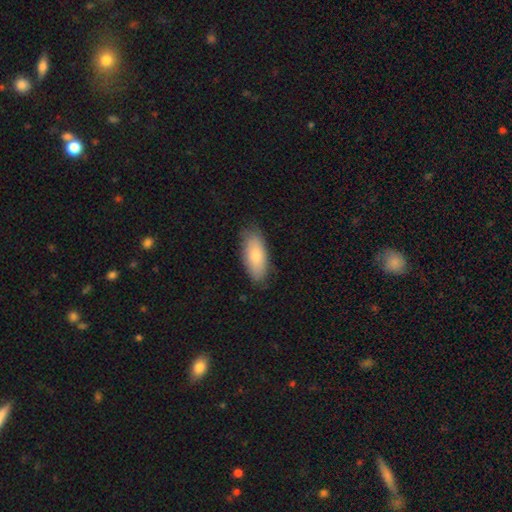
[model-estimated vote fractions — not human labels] smooth-or-featured: smooth: 82% | featured or disk: 12% | star or artifact: 6%
  how-rounded: in between: 85% | cigar-shaped: 13% | round: 2%
  merging: none: 81% | minor disturbance: 15% | major disturbance: 3% | merger: 1%